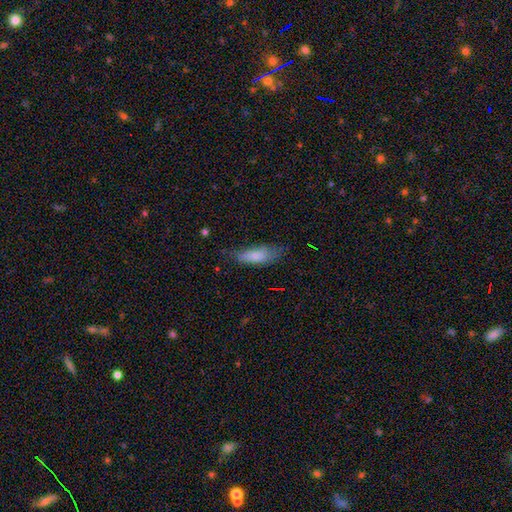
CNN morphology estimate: A smooth galaxy with no disk features (78%) that is in between round and cigar-shaped (59%). Merging: none (52%).